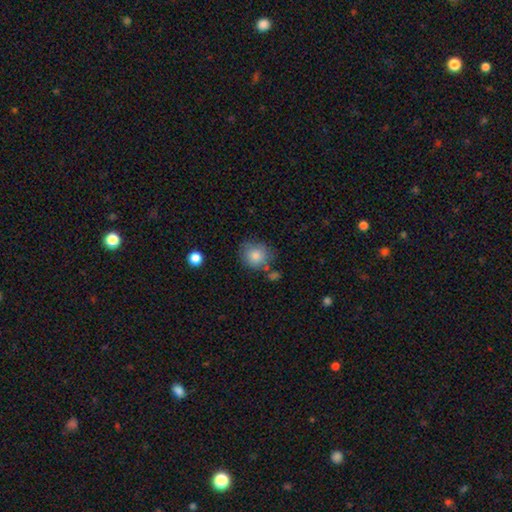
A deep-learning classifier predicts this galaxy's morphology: Smooth or featured? smooth (84%)
How rounded? round (77%)
Merging? none (67%)